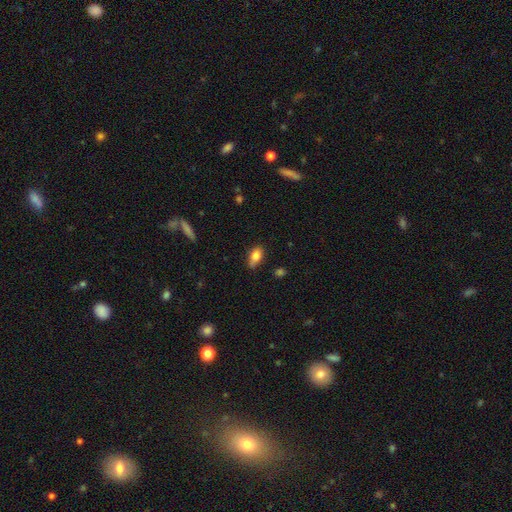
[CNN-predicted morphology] Smooth or featured: smooth — 81% (featured or disk — 10%)
How rounded: in between — 82% (round — 13%)
Merging: none — 55% (minor disturbance — 31%)